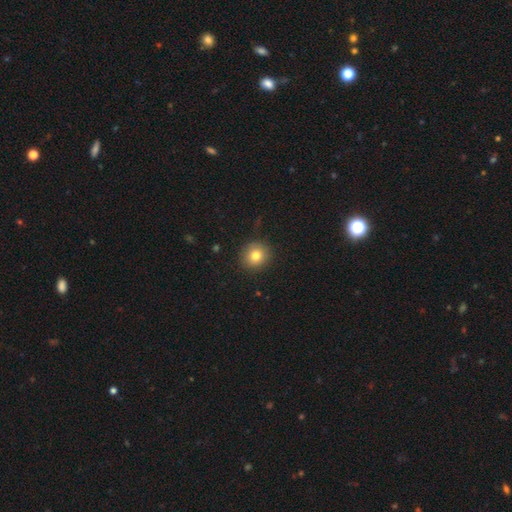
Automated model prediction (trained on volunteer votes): Morphology: type=smooth (80%); roundness=round (85%); merging=none (88%).